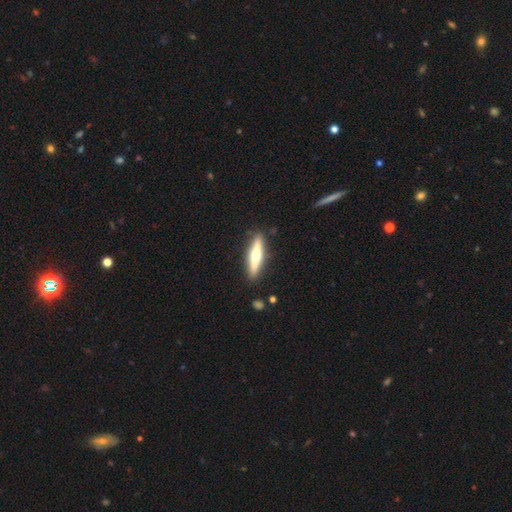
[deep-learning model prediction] The model was most divided on "smooth or featured": featured or disk: 53%, smooth: 42%, star or artifact: 5%. More confident: edge-on disk — yes (95%); merging — none (89%); edge-on bulge — rounded (88%).